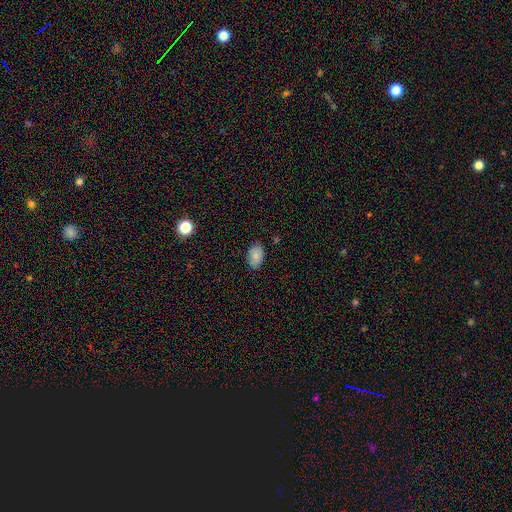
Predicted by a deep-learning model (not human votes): This appears to be a smooth galaxy with no disk features (83%) that is in between round and cigar-shaped (90%). Merging: none (84%).